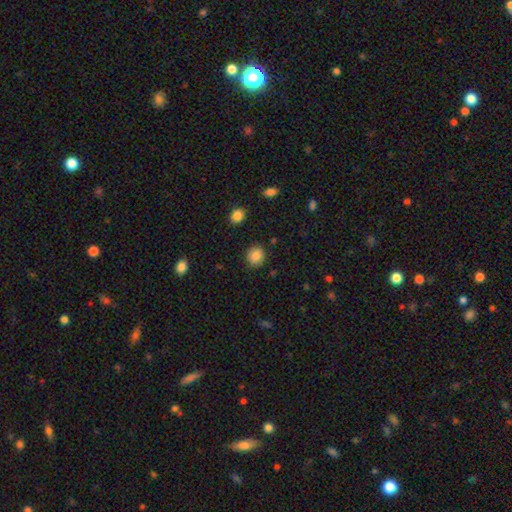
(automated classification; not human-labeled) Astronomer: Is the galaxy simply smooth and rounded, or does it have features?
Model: smooth — 85%.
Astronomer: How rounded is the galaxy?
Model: round — 79%.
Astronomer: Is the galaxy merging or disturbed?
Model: none — 88%.